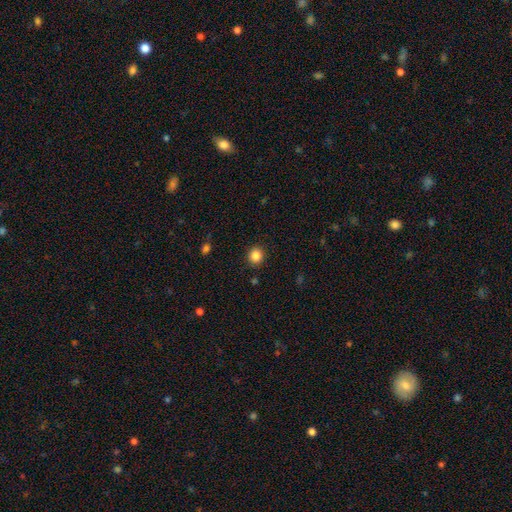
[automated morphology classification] smooth-or-featured: smooth: 86% | star or artifact: 11% | featured or disk: 4%
  how-rounded: round: 86% | in between: 13% | cigar-shaped: 1%
  merging: none: 90% | minor disturbance: 6% | major disturbance: 2% | merger: 1%